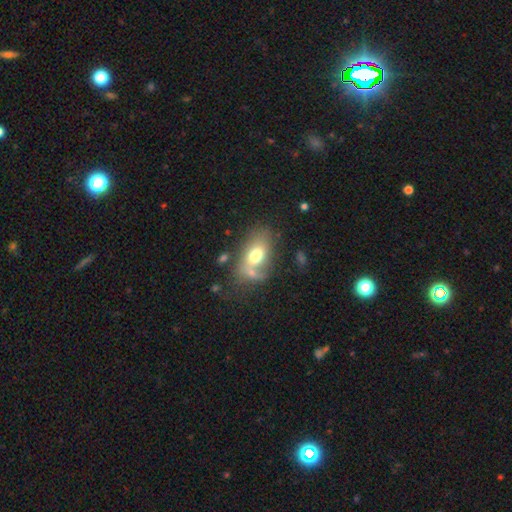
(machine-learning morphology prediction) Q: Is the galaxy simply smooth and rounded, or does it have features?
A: smooth — 65%.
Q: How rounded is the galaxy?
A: in between — 85%.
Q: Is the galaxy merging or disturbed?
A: none — 46%.